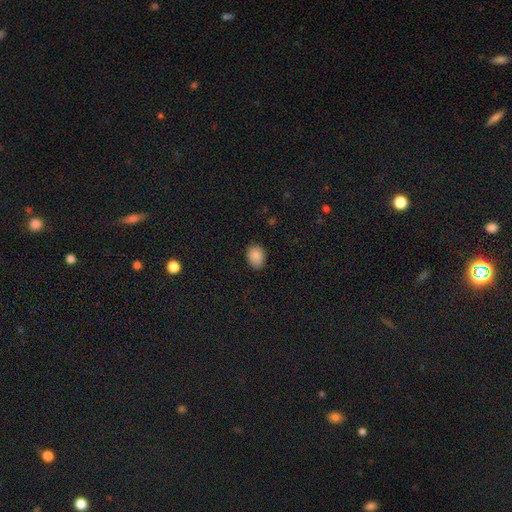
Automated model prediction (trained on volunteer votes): Overall: smooth (86%). How rounded: in between (66%; round 33%). Merging: none (83%).